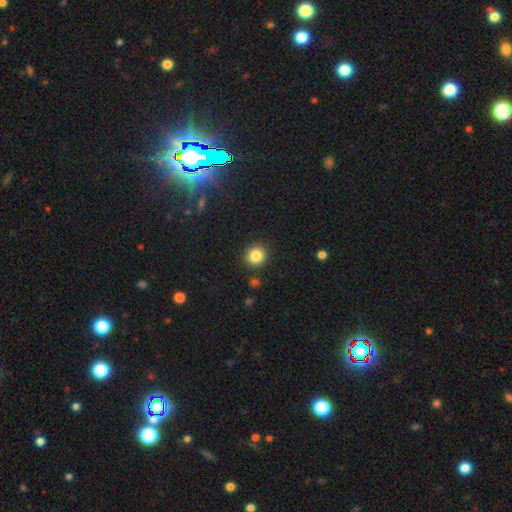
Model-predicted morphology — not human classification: smooth-or-featured: smooth: 85% | star or artifact: 11% | featured or disk: 5%
  how-rounded: round: 89% | in between: 10% | cigar-shaped: 1%
  merging: none: 89% | minor disturbance: 6% | merger: 2% | major disturbance: 2%